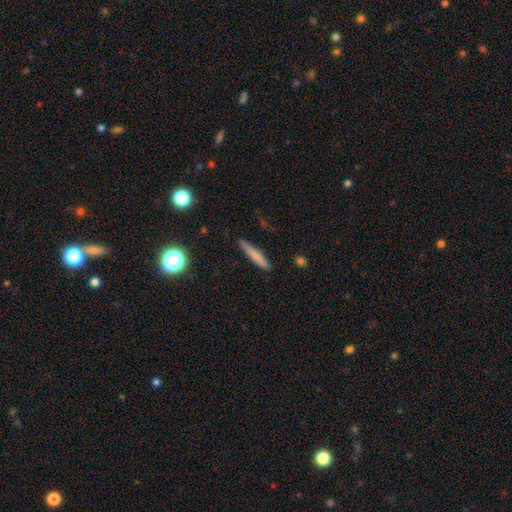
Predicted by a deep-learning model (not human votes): Q: Smooth or featured?
A: smooth (72%); runner-up: featured or disk (20%)
Q: How rounded?
A: cigar-shaped (92%); runner-up: in between (6%)
Q: Merging?
A: none (86%); runner-up: minor disturbance (11%)